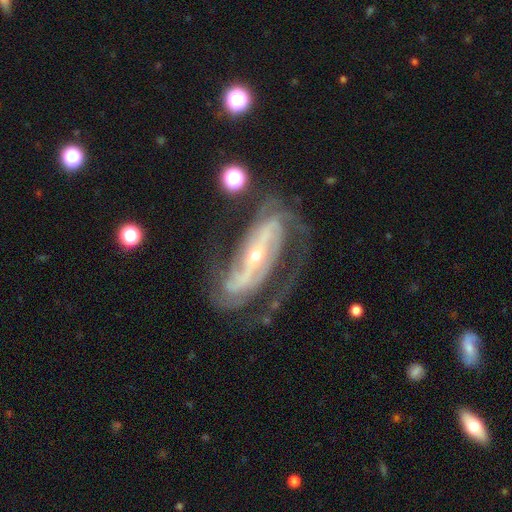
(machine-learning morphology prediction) smooth_or_featured: featured or disk (p=0.90) [alt: star or artifact p=0.05]
disk_edge_on: no (p=0.91) [alt: yes p=0.09]
bar: strong (p=0.63) [alt: weak p=0.20]
has_spiral_arms: yes (p=0.96) [alt: no p=0.04]
spiral_winding: medium (p=0.43) [alt: tight p=0.40]
spiral_arm_count: 2 (p=0.65) [alt: can't tell p=0.13]
bulge_size: small (p=0.72) [alt: moderate p=0.25]
merging: none (p=0.63) [alt: minor disturbance p=0.18]